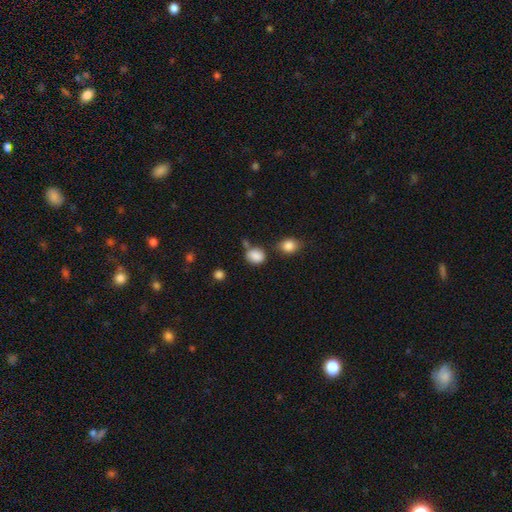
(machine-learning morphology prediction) Smooth or featured?
  - smooth: 85% *
  - star or artifact: 10%
  - featured or disk: 5%
How rounded?
  - round: 58% *
  - in between: 40%
  - cigar-shaped: 1%
Merging?
  - none: 62% *
  - minor disturbance: 19%
  - merger: 13%
  - major disturbance: 6%